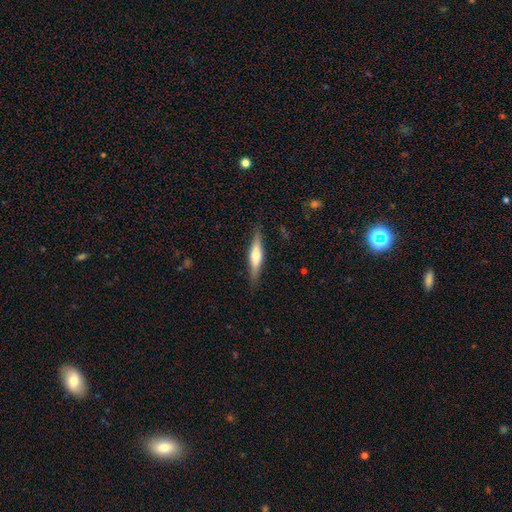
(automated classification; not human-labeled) Smooth or featured: featured or disk — 53% (smooth — 41%)
Edge-on disk: yes — 96% (no — 4%)
Edge-on bulge: rounded — 82% (boxy — 12%)
Merging: none — 87% (minor disturbance — 10%)